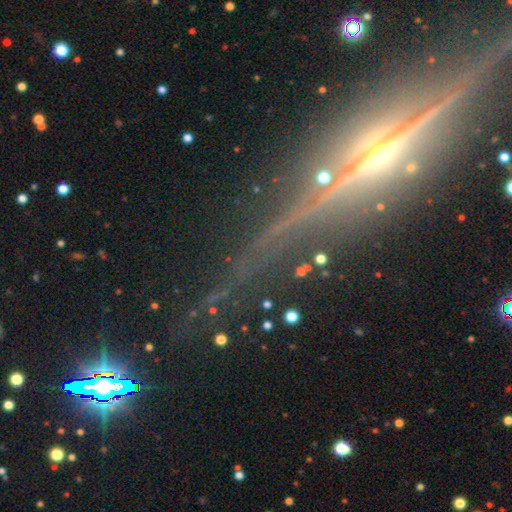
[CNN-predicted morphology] Overall: featured or disk (50%; star or artifact 40%). Edge-on disk: yes (85%). Merging: none (76%).